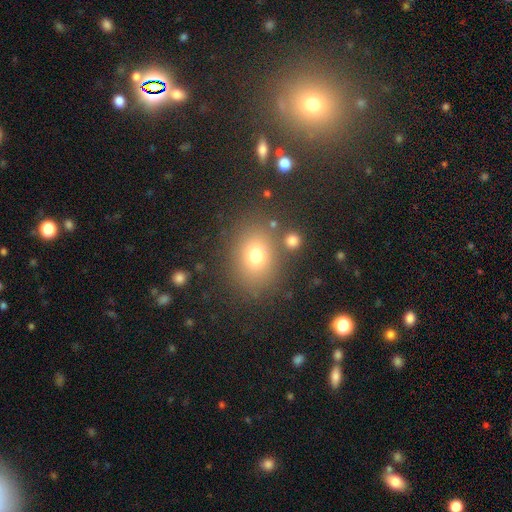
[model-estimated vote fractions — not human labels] A smooth galaxy with no disk features (73%) that is in between round and cigar-shaped (53%).

Vote fractions:
- Smooth or featured? smooth: 73% / star or artifact: 16% / featured or disk: 12%
- How rounded? in between: 53% / round: 46% / cigar-shaped: 1%
- Merging? none: 80% / minor disturbance: 10% / merger: 5% / major disturbance: 5%